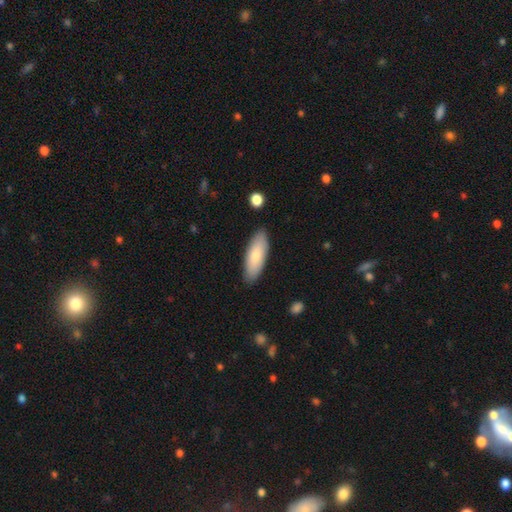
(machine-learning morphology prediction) The model was most divided on "how rounded": in between: 70%, cigar-shaped: 28%, round: 2%. More confident: merging — none (86%); smooth or featured — smooth (78%).